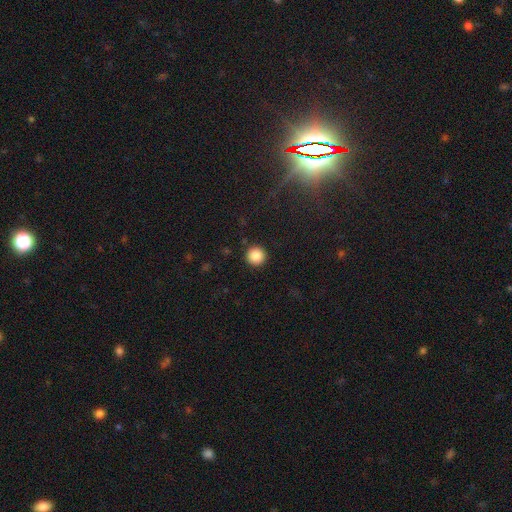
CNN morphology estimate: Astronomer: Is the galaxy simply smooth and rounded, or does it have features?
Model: smooth — 86%.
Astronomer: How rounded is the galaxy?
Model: round — 96%.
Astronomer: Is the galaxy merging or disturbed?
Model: none — 92%.